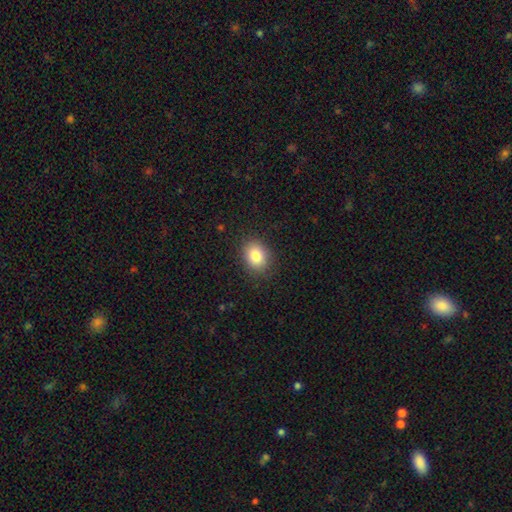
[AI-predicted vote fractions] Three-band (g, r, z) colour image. It shows a smooth galaxy with no disk features (83%) that is in between round and cigar-shaped (56%). Merging: none (87%).